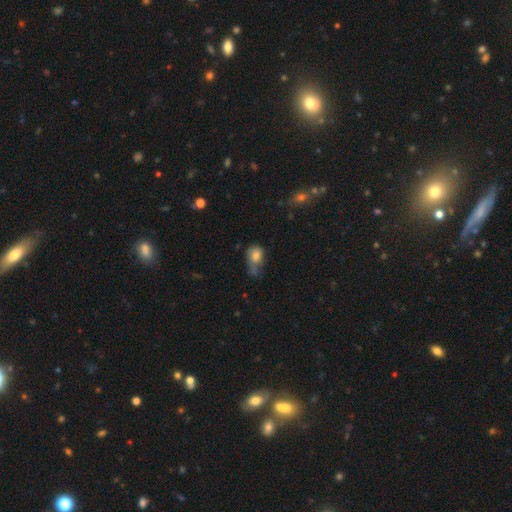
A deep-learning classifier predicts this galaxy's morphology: Smooth or featured? Predicted: smooth (p=0.75). How rounded? Predicted: in between (p=0.65). Merging? Predicted: minor disturbance (p=0.33).